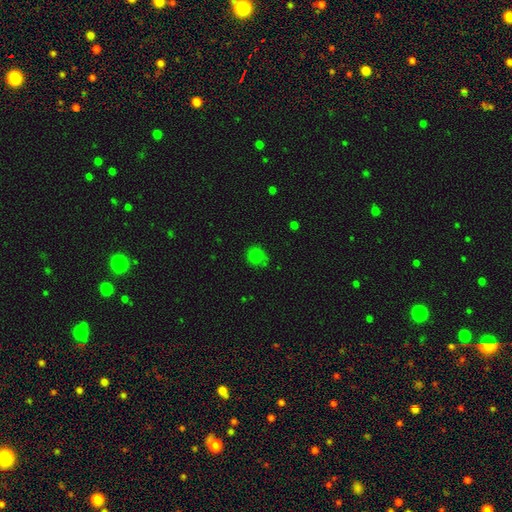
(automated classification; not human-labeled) Smooth or featured: smooth — 78% (star or artifact — 15%)
How rounded: round — 79% (in between — 20%)
Merging: none — 68% (minor disturbance — 23%)